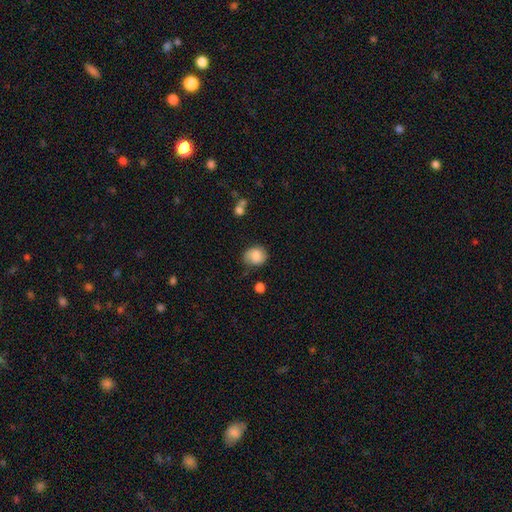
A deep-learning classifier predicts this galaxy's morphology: Q: Smooth or featured?
A: smooth (77%); runner-up: featured or disk (15%)
Q: How rounded?
A: round (64%); runner-up: in between (36%)
Q: Merging?
A: none (63%); runner-up: minor disturbance (27%)